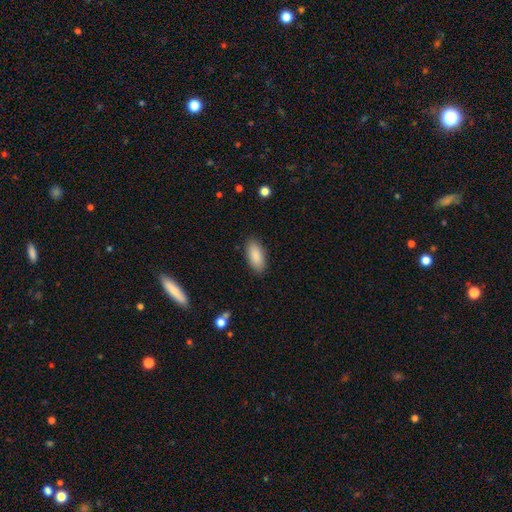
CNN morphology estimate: smooth_or_featured: smooth (p=0.89) [alt: star or artifact p=0.06]
how_rounded: in between (p=0.89) [alt: cigar-shaped p=0.09]
merging: none (p=0.88) [alt: minor disturbance p=0.08]